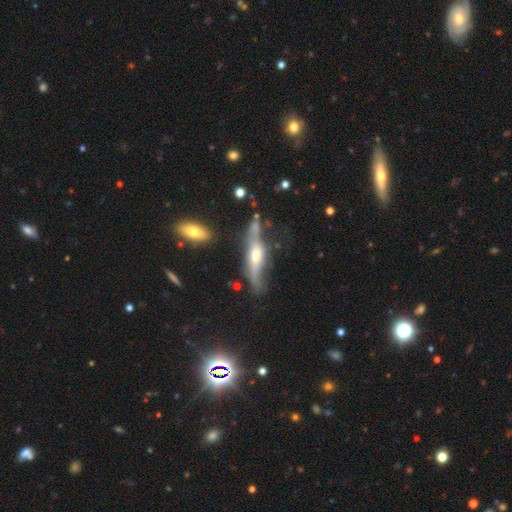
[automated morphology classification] A featured or disk galaxy (64%) viewed edge-on (78%).

Vote fractions:
- Smooth or featured? featured or disk: 64% / smooth: 27% / star or artifact: 9%
- Edge-on disk? yes: 78% / no: 22%
- Merging? none: 50% / minor disturbance: 27% / major disturbance: 15% / merger: 8%